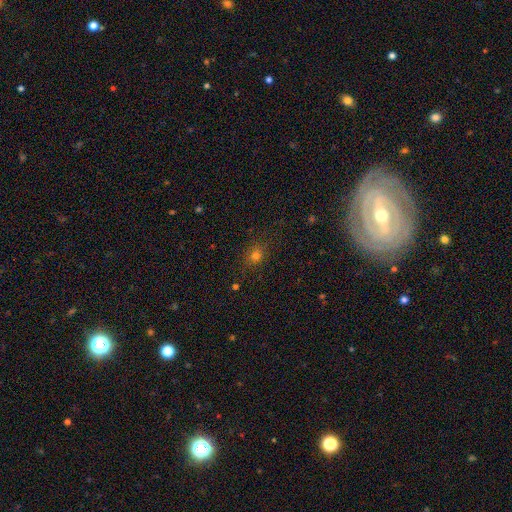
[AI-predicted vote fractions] smooth 74%, star or artifact 19%, featured or disk 7%. Down the decision tree: how rounded — round (72%); merging — none (85%).